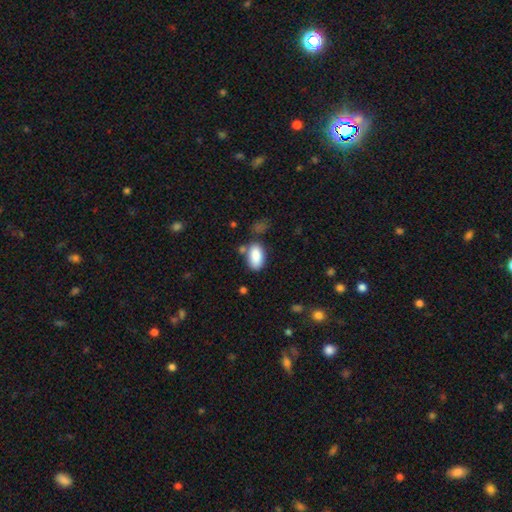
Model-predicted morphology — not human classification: Q: Smooth or featured?
A: smooth (87%); runner-up: star or artifact (7%)
Q: How rounded?
A: in between (94%); runner-up: round (4%)
Q: Merging?
A: none (66%); runner-up: minor disturbance (18%)